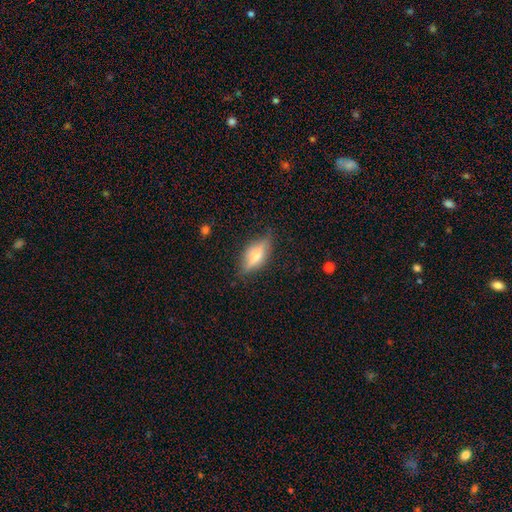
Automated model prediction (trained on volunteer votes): smooth_or_featured: featured or disk (p=0.50) [alt: smooth p=0.42]
merging: none (p=0.77) [alt: minor disturbance p=0.17]